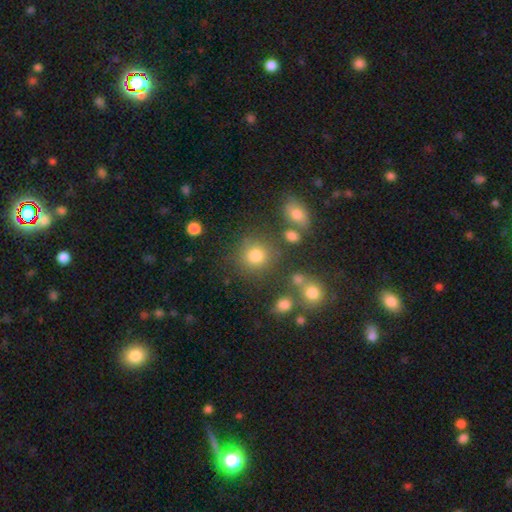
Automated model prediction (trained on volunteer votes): smooth_or_featured: smooth (p=0.77) [alt: star or artifact p=0.15]
how_rounded: round (p=0.88) [alt: in between p=0.11]
merging: none (p=0.76) [alt: minor disturbance p=0.11]